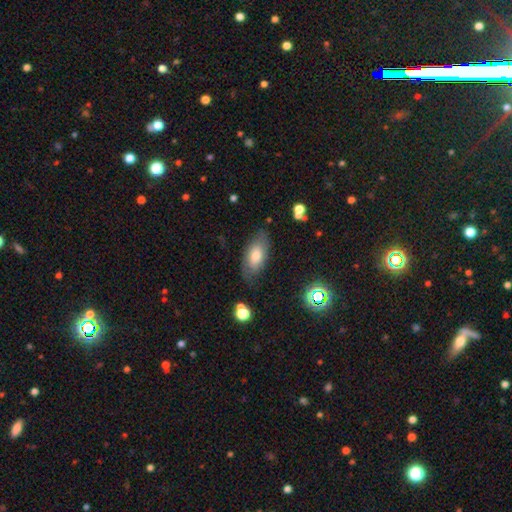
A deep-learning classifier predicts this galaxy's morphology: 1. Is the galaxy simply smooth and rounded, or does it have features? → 68% smooth, 24% featured or disk, 8% star or artifact.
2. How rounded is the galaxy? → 88% in between, 8% cigar-shaped, 3% round.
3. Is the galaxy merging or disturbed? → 76% none, 17% minor disturbance, 4% major disturbance, 3% merger.